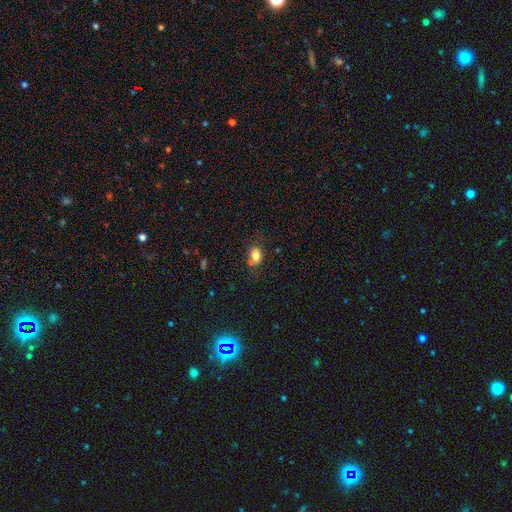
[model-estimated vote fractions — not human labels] Overall: smooth (81%). How rounded: in between (63%; round 36%). Merging: none (64%).